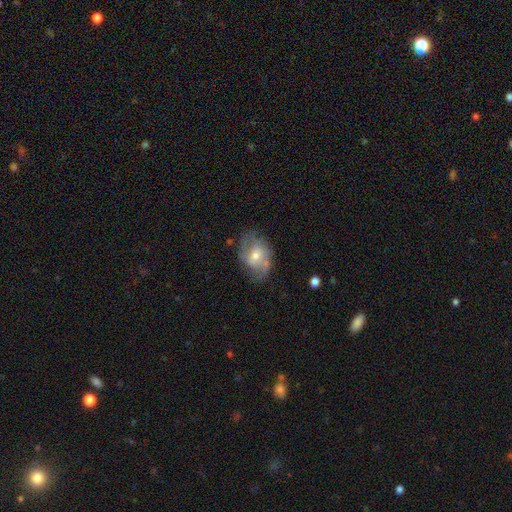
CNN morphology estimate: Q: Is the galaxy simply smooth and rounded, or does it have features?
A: featured or disk — 65%.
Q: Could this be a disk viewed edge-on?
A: no — 96%.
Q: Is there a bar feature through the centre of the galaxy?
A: no — 46%.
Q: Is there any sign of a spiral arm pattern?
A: yes — 82%.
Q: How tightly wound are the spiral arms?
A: medium — 45%.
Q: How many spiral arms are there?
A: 2 — 71%.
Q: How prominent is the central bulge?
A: moderate — 52%.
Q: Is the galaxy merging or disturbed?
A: none — 61%.